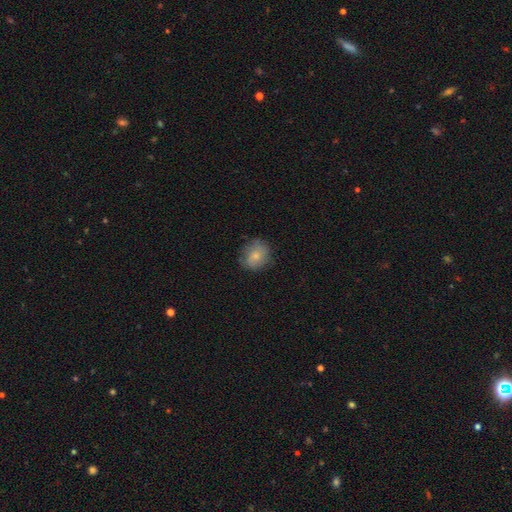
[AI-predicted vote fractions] smooth-or-featured: smooth: 73% | featured or disk: 19% | star or artifact: 8%
  how-rounded: round: 73% | in between: 26% | cigar-shaped: 1%
  merging: none: 72% | minor disturbance: 21% | major disturbance: 6% | merger: 1%